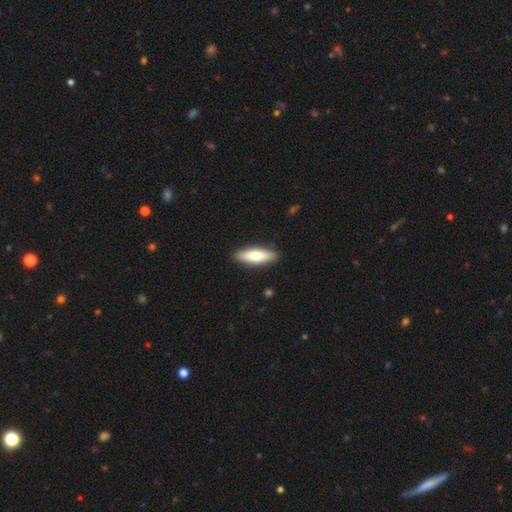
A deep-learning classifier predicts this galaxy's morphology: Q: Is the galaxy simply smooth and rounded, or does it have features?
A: smooth — 63%.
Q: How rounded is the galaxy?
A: cigar-shaped — 53%.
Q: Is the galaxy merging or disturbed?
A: none — 89%.